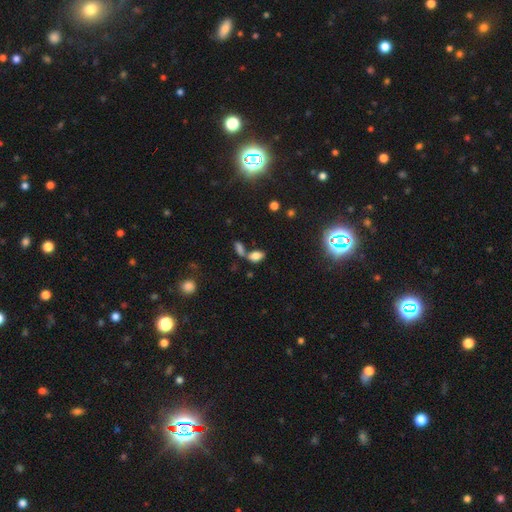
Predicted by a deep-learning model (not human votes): smooth 75%, star or artifact 16%, featured or disk 9%. Down the decision tree: how rounded — in between (89%); merging — none (44%).